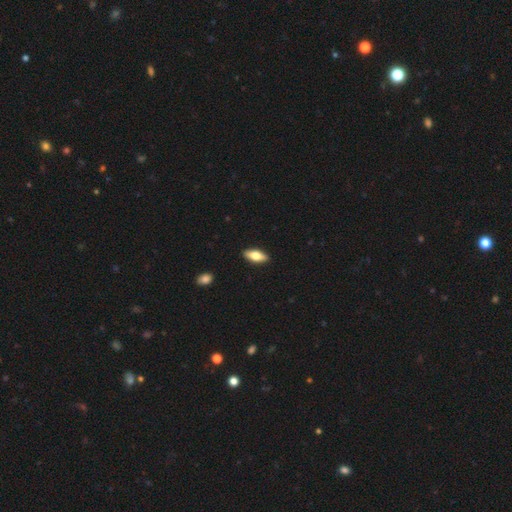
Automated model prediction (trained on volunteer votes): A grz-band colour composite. It shows a smooth galaxy with no disk features (68%) that is in between round and cigar-shaped (77%). Merging: none (90%).